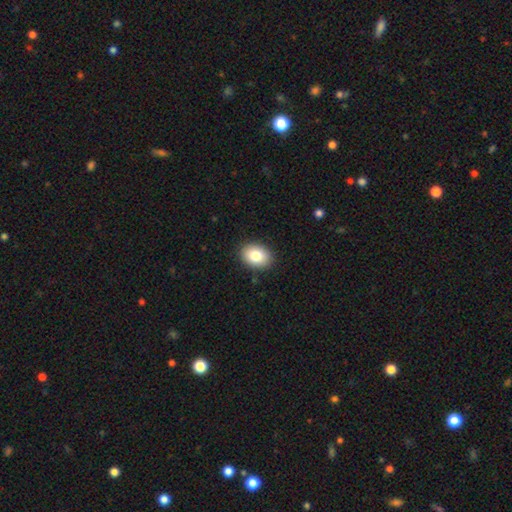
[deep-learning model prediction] Smooth or featured?
  - smooth: 82% *
  - featured or disk: 10%
  - star or artifact: 8%
How rounded?
  - in between: 71% *
  - round: 28%
  - cigar-shaped: 1%
Merging?
  - none: 89% *
  - minor disturbance: 8%
  - major disturbance: 2%
  - merger: 1%